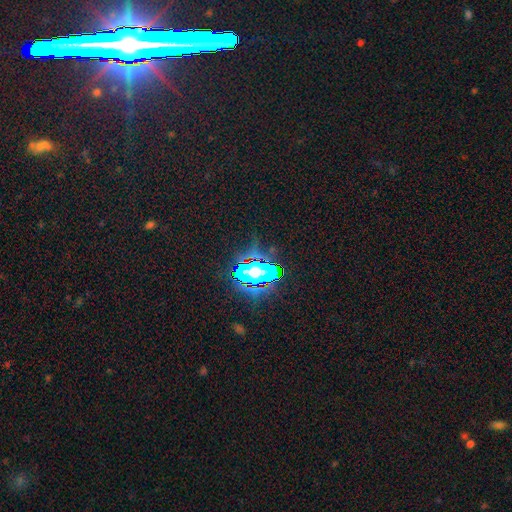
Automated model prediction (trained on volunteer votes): A star or artifact, not a galaxy (80%).